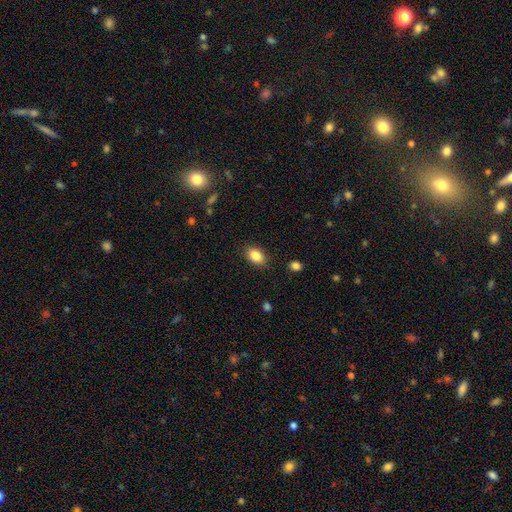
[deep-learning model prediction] smooth 86%, star or artifact 8%, featured or disk 5%. Down the decision tree: how rounded — in between (84%); merging — none (86%).